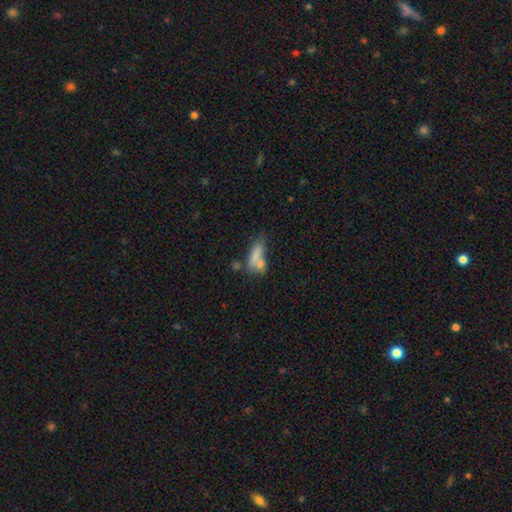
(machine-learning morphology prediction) Smooth or featured?
  - smooth: 72% *
  - featured or disk: 17%
  - star or artifact: 10%
How rounded?
  - in between: 59% *
  - cigar-shaped: 35%
  - round: 6%
Merging?
  - merger: 38% *
  - none: 32%
  - minor disturbance: 16%
  - major disturbance: 13%